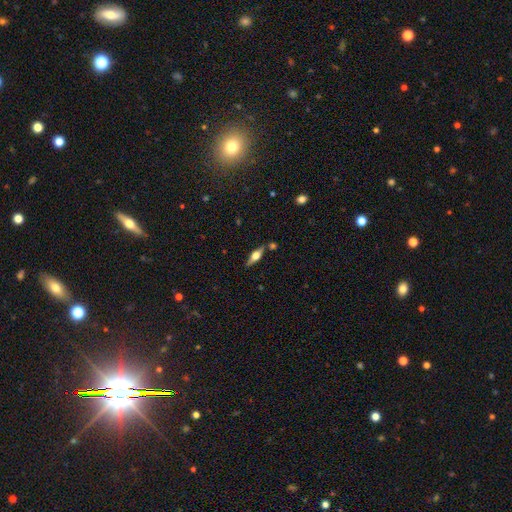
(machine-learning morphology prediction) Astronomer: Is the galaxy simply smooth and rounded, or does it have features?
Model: featured or disk — 65%.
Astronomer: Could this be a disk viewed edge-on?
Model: yes — 95%.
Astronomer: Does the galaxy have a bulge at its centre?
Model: rounded — 92%.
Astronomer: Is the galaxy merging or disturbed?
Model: none — 80%.